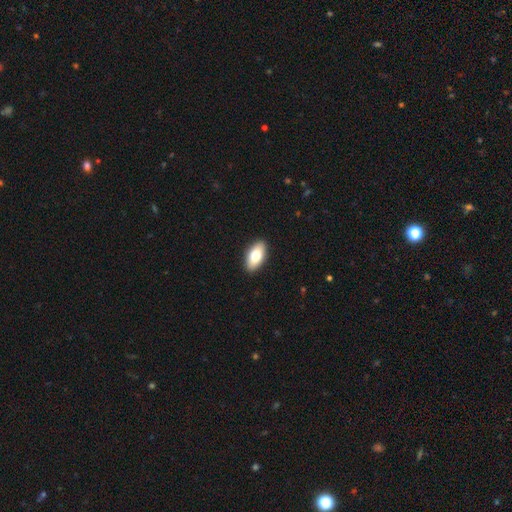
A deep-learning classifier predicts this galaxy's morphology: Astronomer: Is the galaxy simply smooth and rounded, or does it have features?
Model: smooth — 77%.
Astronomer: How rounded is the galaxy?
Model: in between — 92%.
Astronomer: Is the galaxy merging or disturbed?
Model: none — 91%.